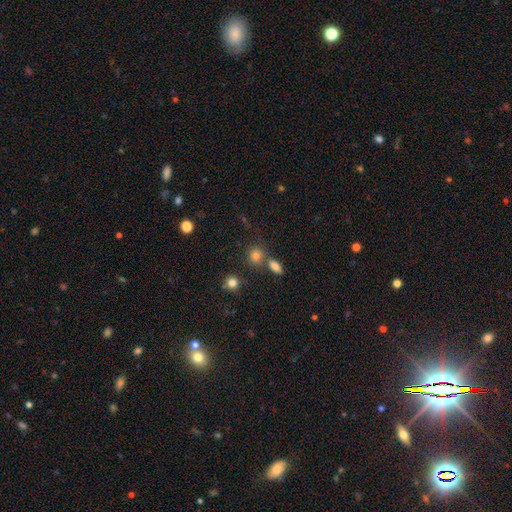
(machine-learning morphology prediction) A smooth galaxy with no disk features (80%) that is round (70%). Merging: none (66%).